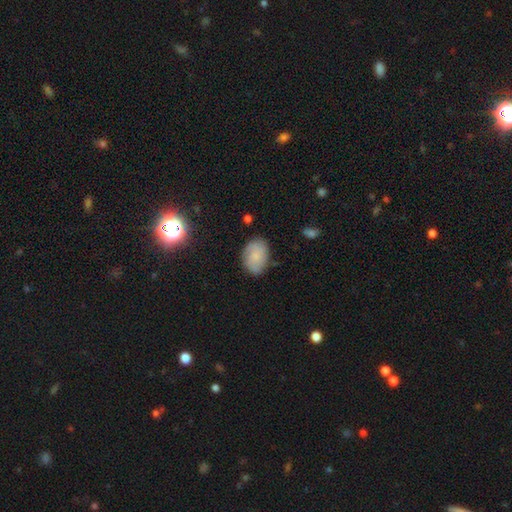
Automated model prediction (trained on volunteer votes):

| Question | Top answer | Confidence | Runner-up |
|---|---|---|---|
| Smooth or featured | smooth | 63% | featured or disk (28%) |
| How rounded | in between | 75% | round (24%) |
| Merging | none | 76% | minor disturbance (18%) |